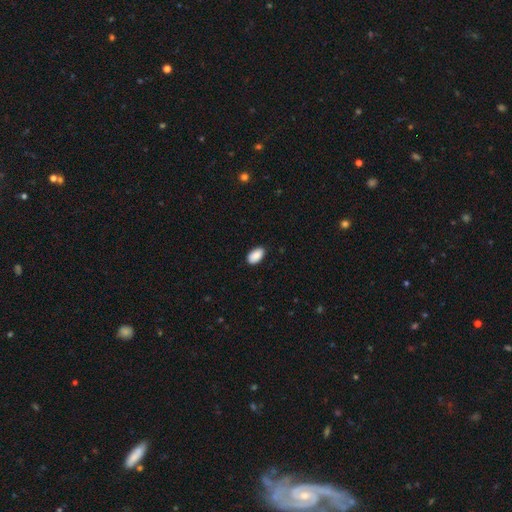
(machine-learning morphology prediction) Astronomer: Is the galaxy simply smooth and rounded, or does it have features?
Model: smooth — 89%.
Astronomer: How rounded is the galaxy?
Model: in between — 95%.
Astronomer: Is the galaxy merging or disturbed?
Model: none — 86%.